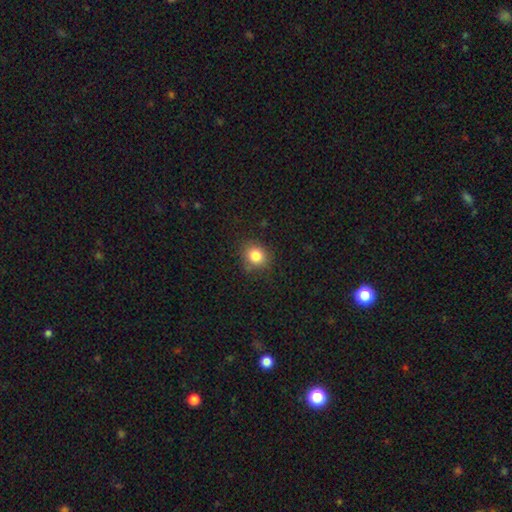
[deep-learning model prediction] Smooth or featured: smooth — 83% (star or artifact — 11%)
How rounded: round — 72% (in between — 27%)
Merging: none — 82% (minor disturbance — 13%)